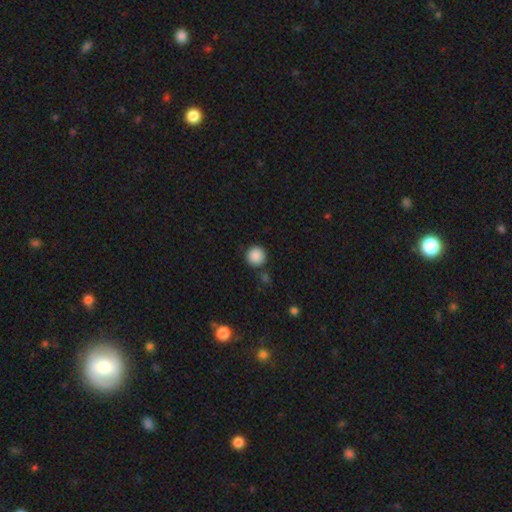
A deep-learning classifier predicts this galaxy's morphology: Overall: smooth (88%). How rounded: round (95%). Merging: none (85%).